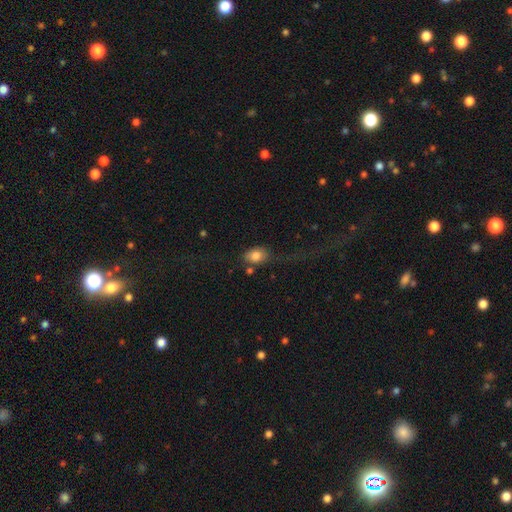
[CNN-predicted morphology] This is clearly a smooth galaxy (81%). How rounded: likely in between (73%). Merging: marginally none (43%).